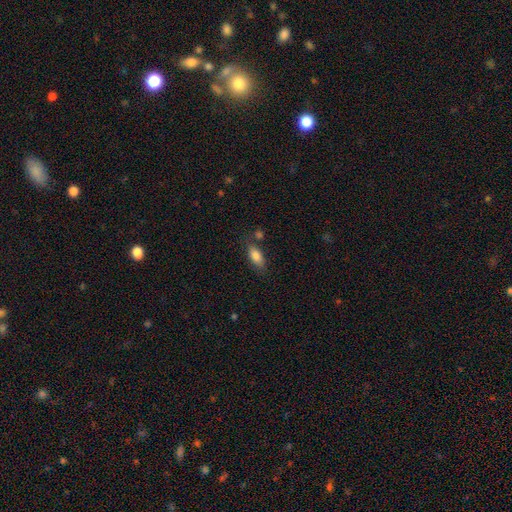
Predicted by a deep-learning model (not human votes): This is clearly a smooth galaxy (82%). How rounded: clearly in between (85%). Merging: likely none (70%).